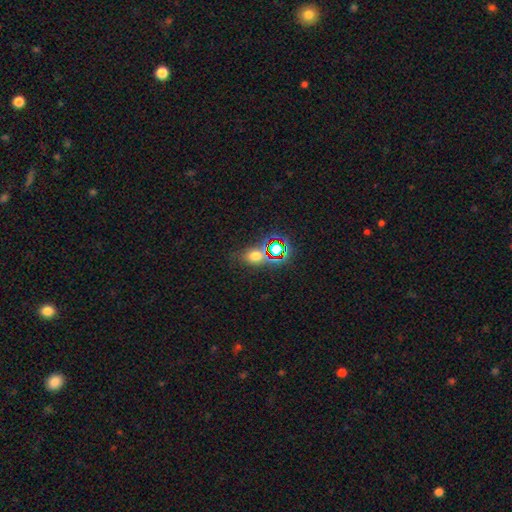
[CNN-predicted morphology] This appears to be a smooth galaxy with no disk features (57%) that is in between round and cigar-shaped (52%). Merging: none (67%).